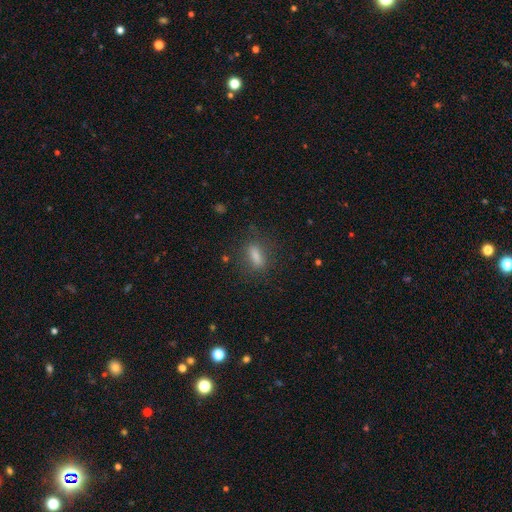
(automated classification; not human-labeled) Smooth or featured: smooth — 72% (featured or disk — 15%)
How rounded: cigar-shaped — 48% (in between — 45%)
Merging: none — 80% (minor disturbance — 12%)